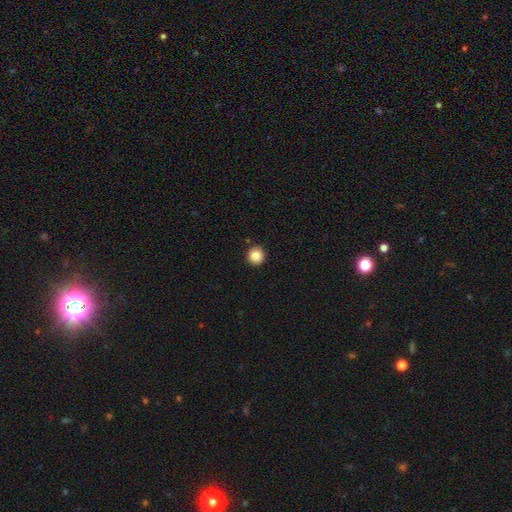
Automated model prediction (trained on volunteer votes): This appears to be a smooth galaxy with no disk features (88%) that is round (94%). Merging: none (91%).